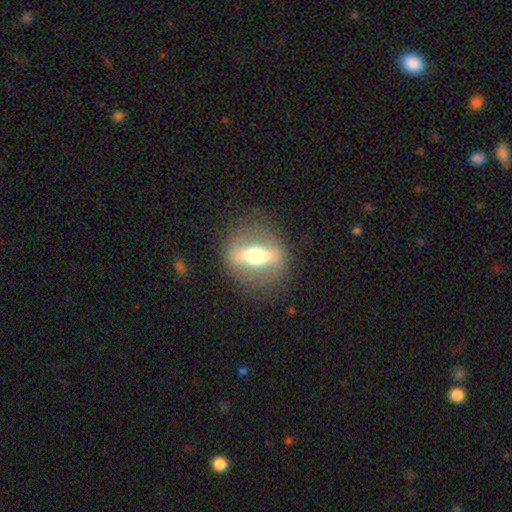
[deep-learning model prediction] A featured or disk galaxy (63%).

Vote fractions:
- Smooth or featured? featured or disk: 63% / smooth: 29% / star or artifact: 8%
- Edge-on disk? no: 56% / yes: 44%
- Merging? none: 80% / minor disturbance: 11% / major disturbance: 7% / merger: 1%